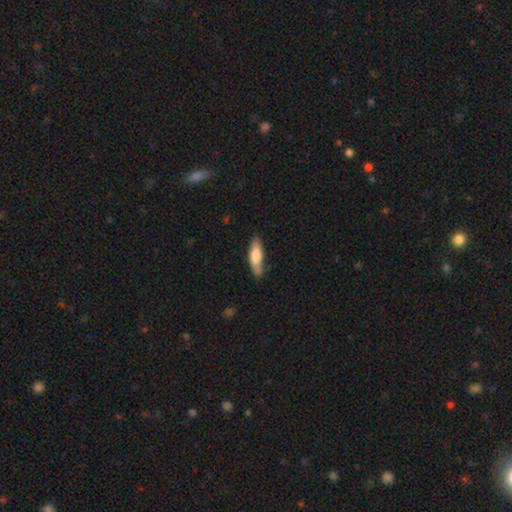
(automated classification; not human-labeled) A smooth galaxy with no disk features (74%) that is cigar-shaped (55%). Merging: none (74%).